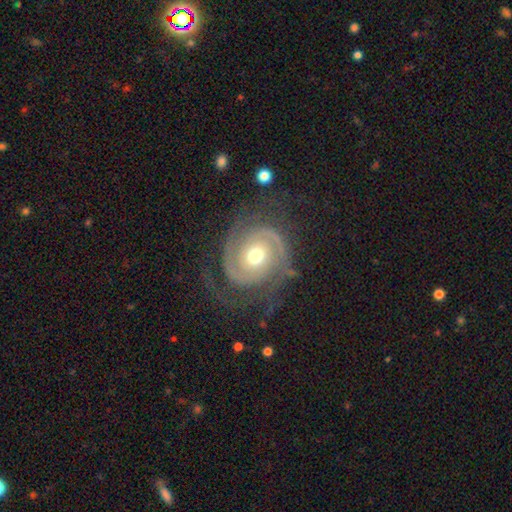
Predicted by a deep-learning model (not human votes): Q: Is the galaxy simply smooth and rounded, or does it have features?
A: featured or disk — 88%.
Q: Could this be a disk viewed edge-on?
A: no — 98%.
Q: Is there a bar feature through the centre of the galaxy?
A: no — 73%.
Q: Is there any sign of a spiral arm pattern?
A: yes — 97%.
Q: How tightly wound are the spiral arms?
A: tight — 58%.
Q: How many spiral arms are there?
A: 2 — 71%.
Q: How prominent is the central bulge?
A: moderate — 70%.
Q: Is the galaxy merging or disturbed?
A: none — 70%.